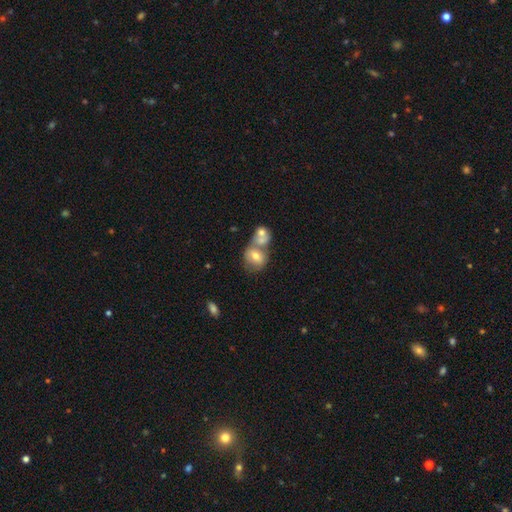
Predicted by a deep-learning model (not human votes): Smooth or featured? smooth (64%)
How rounded? round (56%)
Merging? merger (62%)